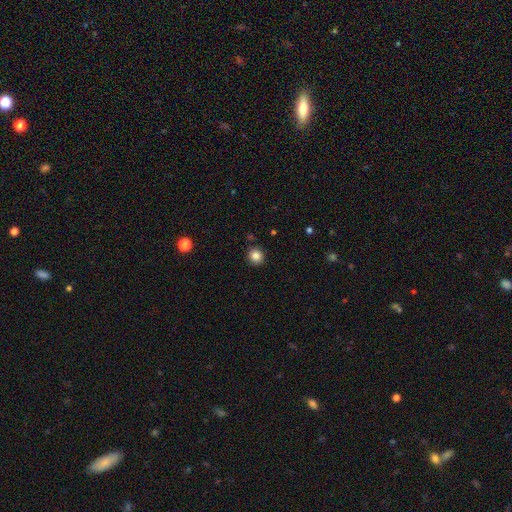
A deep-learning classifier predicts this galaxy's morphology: This is clearly a smooth galaxy (84%). How rounded: clearly round (93%). Merging: clearly none (91%).